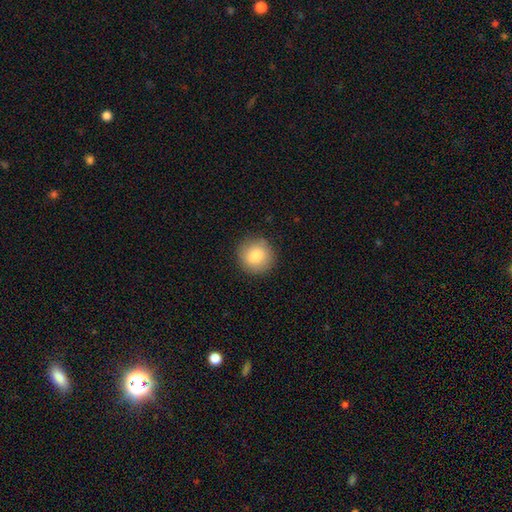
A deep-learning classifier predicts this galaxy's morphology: Smooth or featured: smooth — 83% (featured or disk — 8%)
How rounded: round — 93% (in between — 6%)
Merging: none — 89% (minor disturbance — 8%)